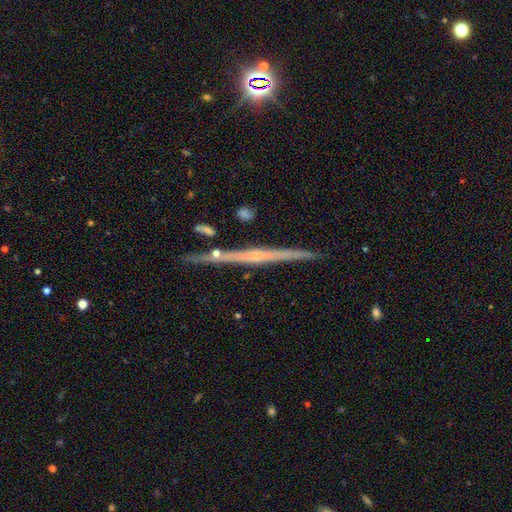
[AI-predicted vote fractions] A featured or disk galaxy (74%) viewed edge-on (98%) with no central bulge (56%). Merging: none (88%).